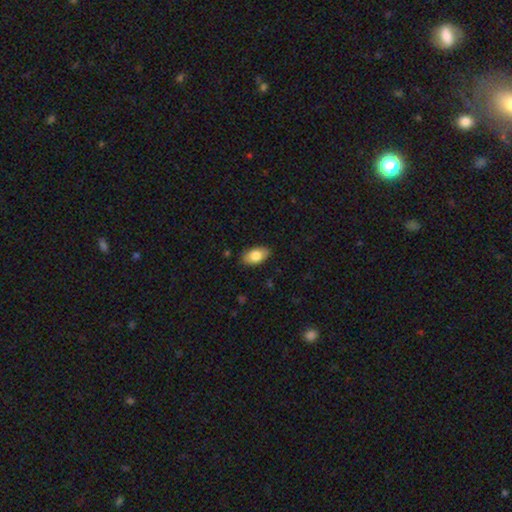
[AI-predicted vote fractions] Morphology: type=smooth (82%); roundness=in between (92%); merging=none (85%).